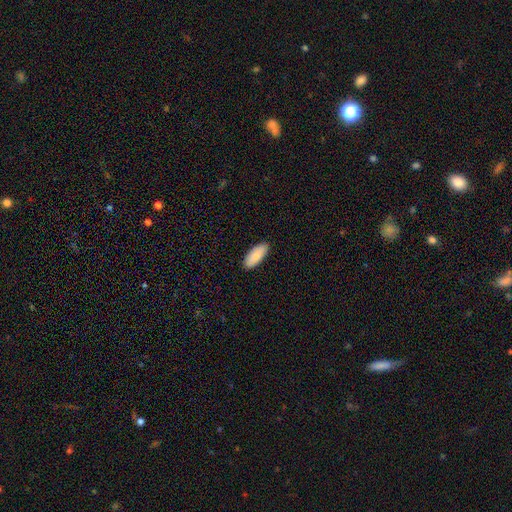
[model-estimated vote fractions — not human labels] smooth 86%, featured or disk 8%, star or artifact 5%. Down the decision tree: how rounded — in between (81%); merging — none (89%).